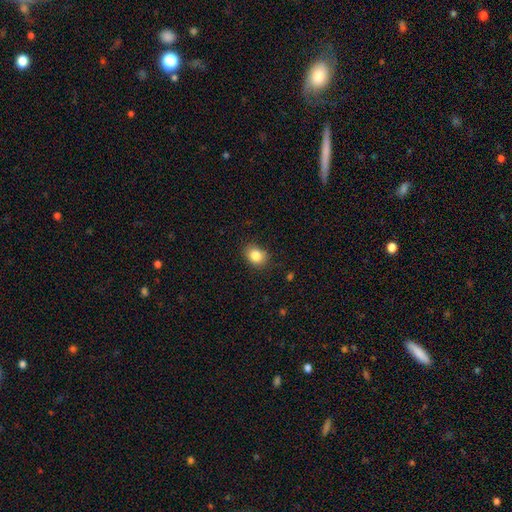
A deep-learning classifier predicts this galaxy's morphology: The model was most divided on "how rounded": in between: 53%, round: 46%, cigar-shaped: 1%. More confident: merging — none (84%); smooth or featured — smooth (84%).